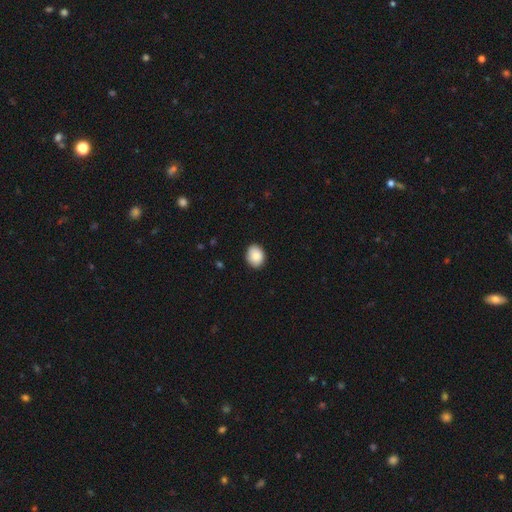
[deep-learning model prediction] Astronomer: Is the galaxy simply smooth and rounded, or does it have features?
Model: smooth — 88%.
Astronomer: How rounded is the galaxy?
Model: in between — 53% (runner-up: round, 46%).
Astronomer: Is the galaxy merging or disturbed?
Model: none — 87%.